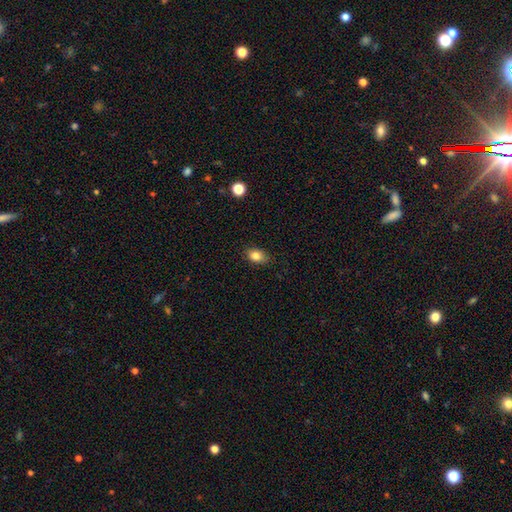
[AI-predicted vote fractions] Smooth or featured?
  - smooth: 83% *
  - star or artifact: 10%
  - featured or disk: 7%
How rounded?
  - in between: 80% *
  - round: 19%
  - cigar-shaped: 1%
Merging?
  - none: 85% *
  - minor disturbance: 12%
  - major disturbance: 2%
  - merger: 1%